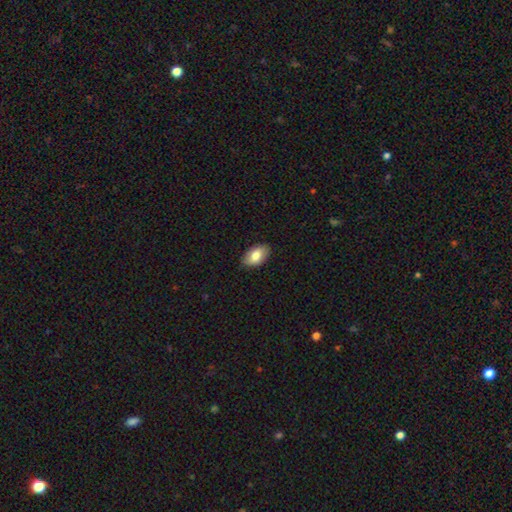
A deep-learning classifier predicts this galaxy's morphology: This appears to be a smooth galaxy with no disk features (81%) that is in between round and cigar-shaped (93%). Merging: none (87%).